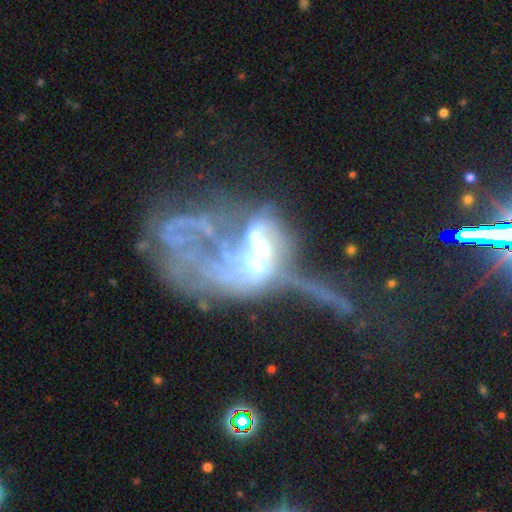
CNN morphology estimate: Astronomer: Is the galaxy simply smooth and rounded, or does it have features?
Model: featured or disk — 71%.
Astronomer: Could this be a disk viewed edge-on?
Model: no — 93%.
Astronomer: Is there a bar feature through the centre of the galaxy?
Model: no — 67%.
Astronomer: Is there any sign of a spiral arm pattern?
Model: no — 59% (runner-up: yes, 41%).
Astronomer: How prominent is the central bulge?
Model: moderate — 49%.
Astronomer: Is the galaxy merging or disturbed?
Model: merger — 47% (runner-up: major disturbance, 38%).